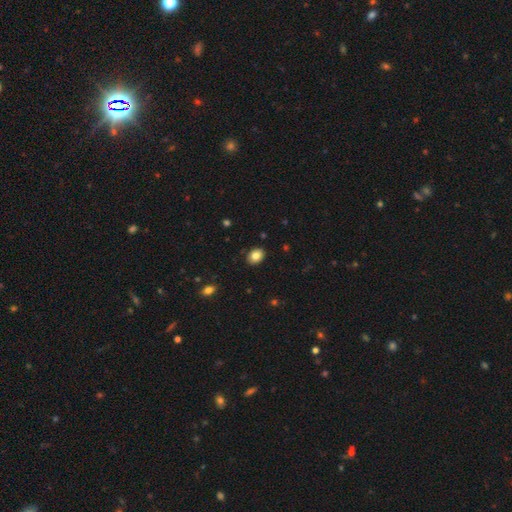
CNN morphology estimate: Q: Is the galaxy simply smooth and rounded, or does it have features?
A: smooth — 84%.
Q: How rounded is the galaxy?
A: in between — 62%.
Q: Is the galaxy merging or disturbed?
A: none — 89%.